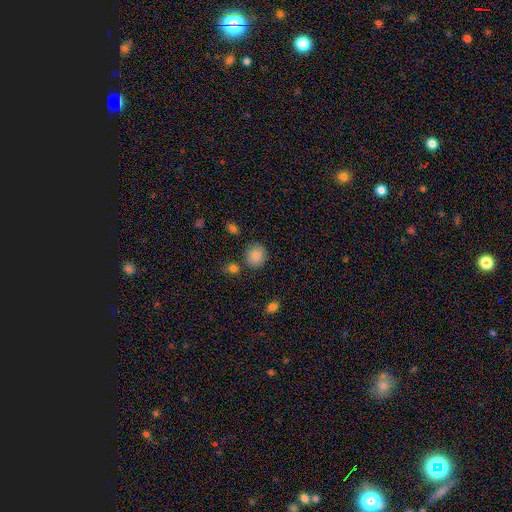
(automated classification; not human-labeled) Overall: smooth (85%). How rounded: round (79%). Merging: none (77%).